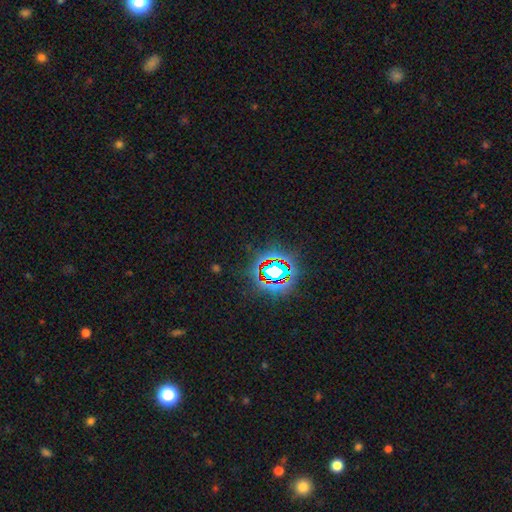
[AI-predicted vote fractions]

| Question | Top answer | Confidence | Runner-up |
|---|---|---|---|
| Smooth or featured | star or artifact | 80% | smooth (12%) |